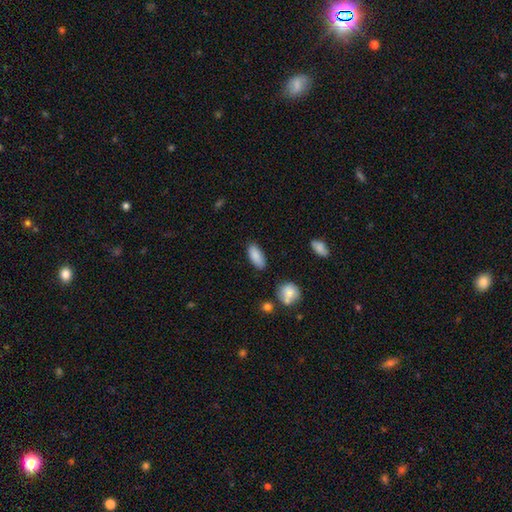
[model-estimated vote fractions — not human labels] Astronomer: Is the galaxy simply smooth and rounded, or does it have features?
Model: smooth — 87%.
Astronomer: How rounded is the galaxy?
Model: in between — 84%.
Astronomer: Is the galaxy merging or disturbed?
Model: none — 83%.